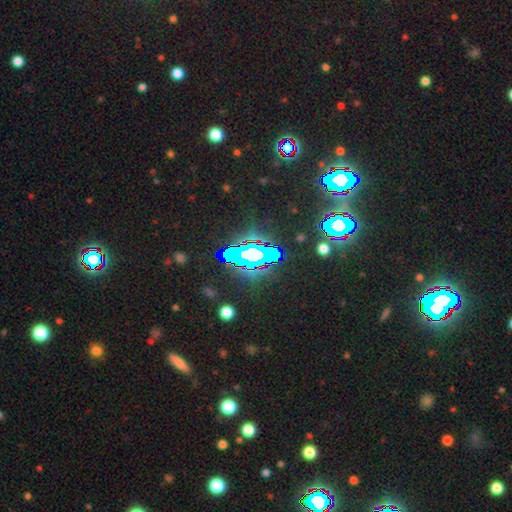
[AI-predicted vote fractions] smooth_or_featured: star or artifact (p=0.71) [alt: smooth p=0.15]